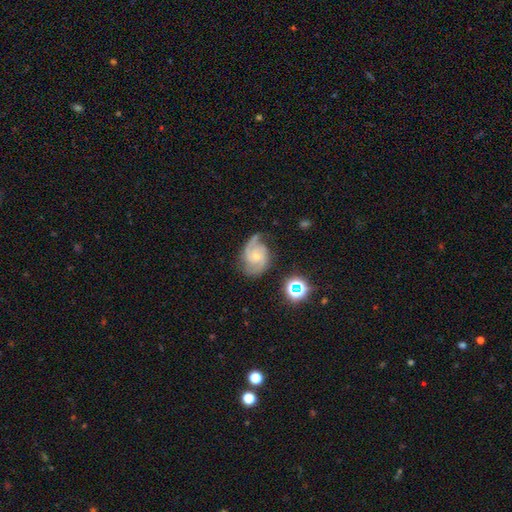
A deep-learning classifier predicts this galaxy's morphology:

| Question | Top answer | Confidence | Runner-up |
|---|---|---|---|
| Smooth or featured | featured or disk | 84% | smooth (8%) |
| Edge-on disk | no | 98% | yes (2%) |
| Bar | no | 64% | weak (31%) |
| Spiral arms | yes | 97% | no (3%) |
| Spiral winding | medium | 54% | tight (28%) |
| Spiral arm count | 2 | 78% | 3 (10%) |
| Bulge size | small | 64% | moderate (29%) |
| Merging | none | 66% | minor disturbance (22%) |